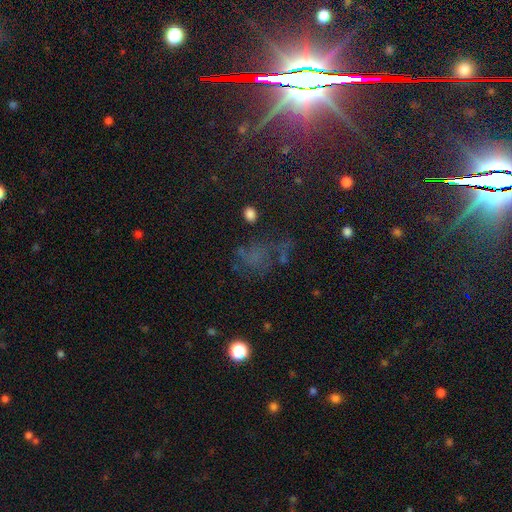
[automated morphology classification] Smooth or featured? star or artifact (39%)